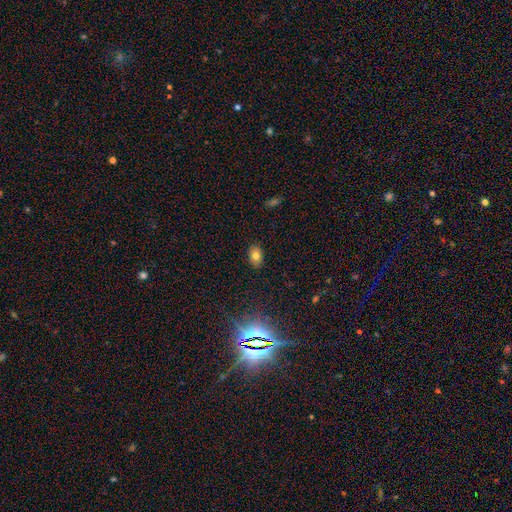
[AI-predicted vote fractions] smooth_or_featured: smooth (p=0.75) [alt: star or artifact p=0.13]
how_rounded: in between (p=0.81) [alt: round p=0.17]
merging: none (p=0.87) [alt: minor disturbance p=0.10]